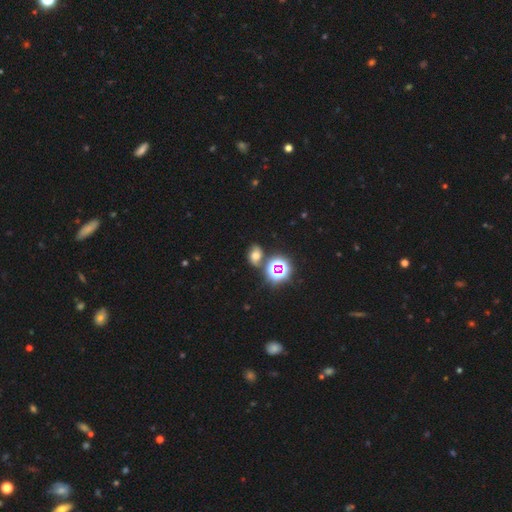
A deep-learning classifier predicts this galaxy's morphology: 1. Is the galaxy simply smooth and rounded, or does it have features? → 47% smooth, 32% star or artifact, 21% featured or disk.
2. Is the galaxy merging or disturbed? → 58% none, 19% minor disturbance, 15% merger, 8% major disturbance.